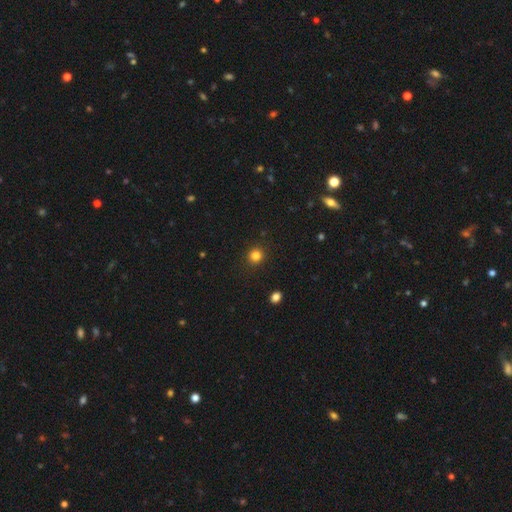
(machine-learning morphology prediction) smooth_or_featured: smooth (p=0.83) [alt: star or artifact p=0.13]
how_rounded: round (p=0.90) [alt: in between p=0.09]
merging: none (p=0.91) [alt: minor disturbance p=0.06]